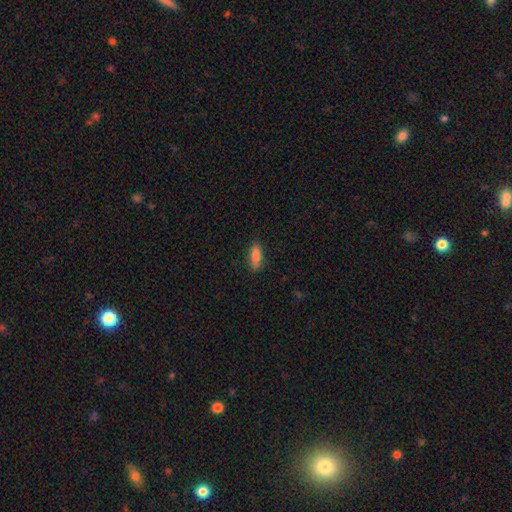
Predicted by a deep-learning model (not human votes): Q: Smooth or featured?
A: smooth (84%); runner-up: featured or disk (9%)
Q: How rounded?
A: in between (54%); runner-up: cigar-shaped (44%)
Q: Merging?
A: none (85%); runner-up: minor disturbance (12%)